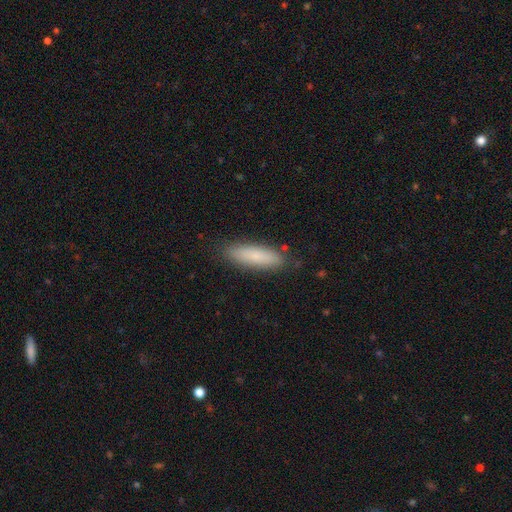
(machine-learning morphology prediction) Overall: smooth (81%). How rounded: cigar-shaped (63%; in between 35%). Merging: none (86%).